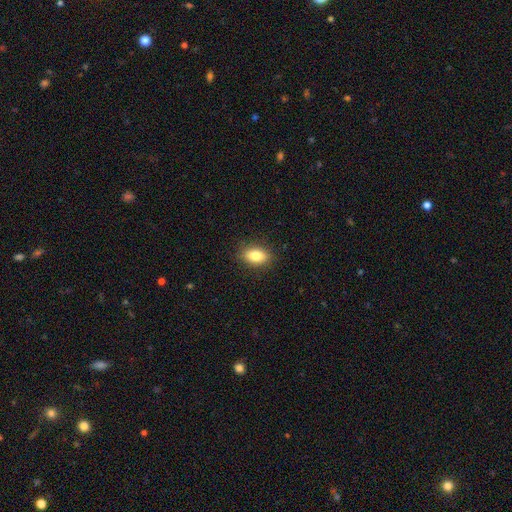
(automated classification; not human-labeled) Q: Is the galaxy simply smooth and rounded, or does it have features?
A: smooth — 83%.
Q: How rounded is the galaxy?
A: in between — 87%.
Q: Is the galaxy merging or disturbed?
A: none — 88%.